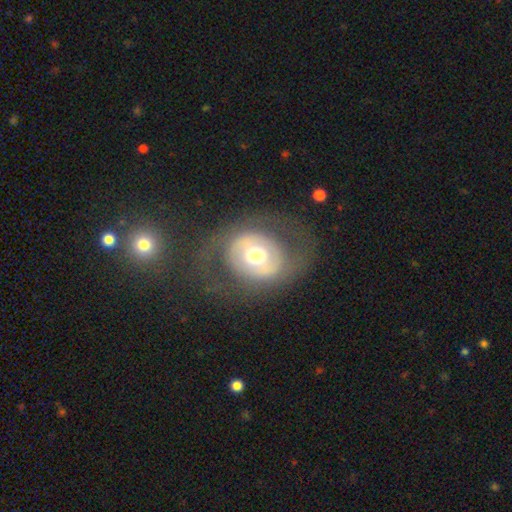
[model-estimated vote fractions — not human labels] The model was most divided on "smooth or featured": featured or disk: 54%, smooth: 39%, star or artifact: 7%. More confident: edge-on disk — no (95%); spiral arms — no (75%); merging — none (70%); bulge size — moderate (65%); bar — no (62%).